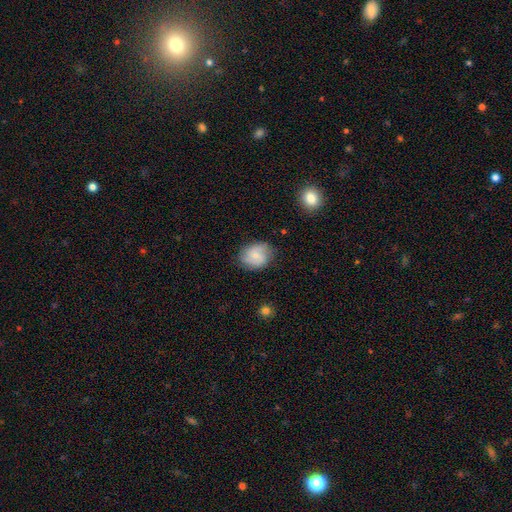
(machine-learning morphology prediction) smooth-or-featured: smooth: 55% | featured or disk: 38% | star or artifact: 8%
  how-rounded: round: 55% | in between: 44% | cigar-shaped: 1%
  merging: none: 76% | minor disturbance: 18% | major disturbance: 5% | merger: 1%